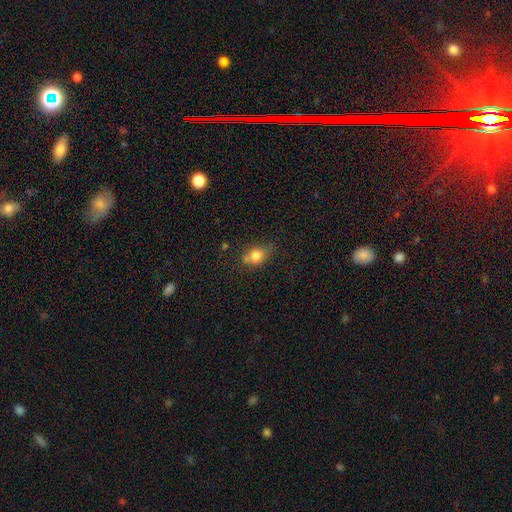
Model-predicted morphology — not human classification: smooth-or-featured: smooth: 77% | featured or disk: 12% | star or artifact: 11%
  how-rounded: in between: 55% | round: 43% | cigar-shaped: 2%
  merging: none: 56% | minor disturbance: 22% | merger: 16% | major disturbance: 6%